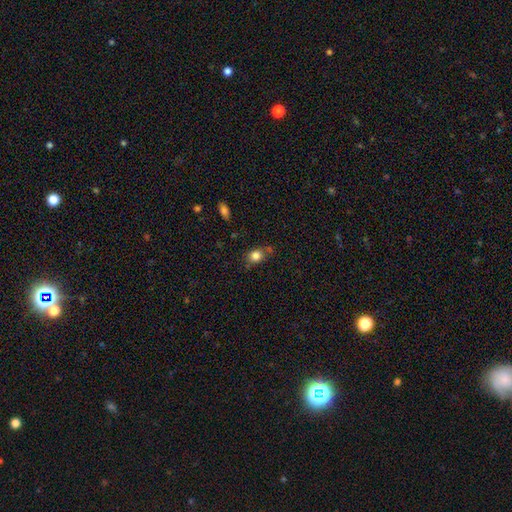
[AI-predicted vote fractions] Smooth or featured? smooth (82%)
How rounded? round (56%)
Merging? none (67%)